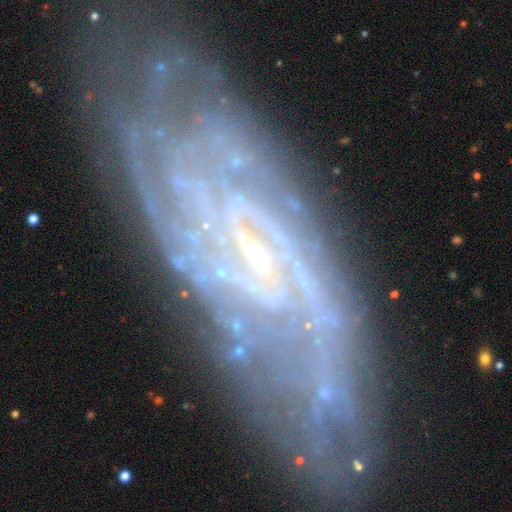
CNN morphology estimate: Q: Smooth or featured?
A: featured or disk (84%); runner-up: star or artifact (8%)
Q: Edge-on disk?
A: no (89%); runner-up: yes (11%)
Q: Bar?
A: weak (45%); runner-up: no (30%)
Q: Spiral arms?
A: yes (92%); runner-up: no (8%)
Q: Spiral winding?
A: tight (59%); runner-up: medium (32%)
Q: Spiral arm count?
A: can't tell (36%); runner-up: 2 (34%)
Q: Bulge size?
A: small (63%); runner-up: moderate (19%)
Q: Merging?
A: none (71%); runner-up: minor disturbance (19%)